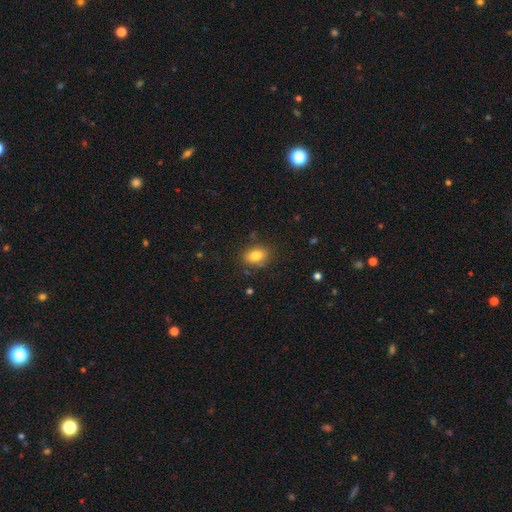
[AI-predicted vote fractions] The model was most divided on "how rounded": in between: 72%, round: 26%, cigar-shaped: 1%. More confident: smooth or featured — smooth (82%); merging — none (81%).